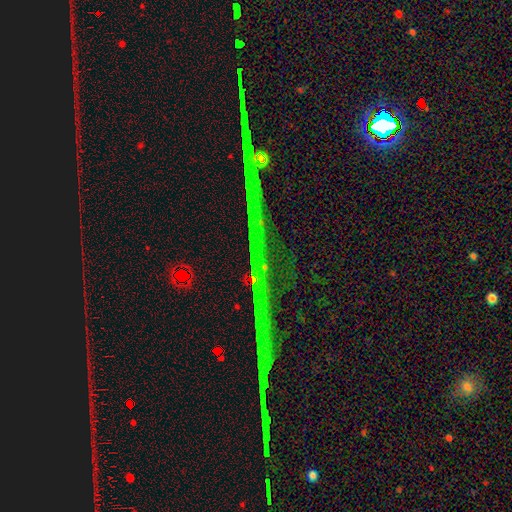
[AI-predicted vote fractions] This appears to be a star or artifact, not a galaxy (86%).